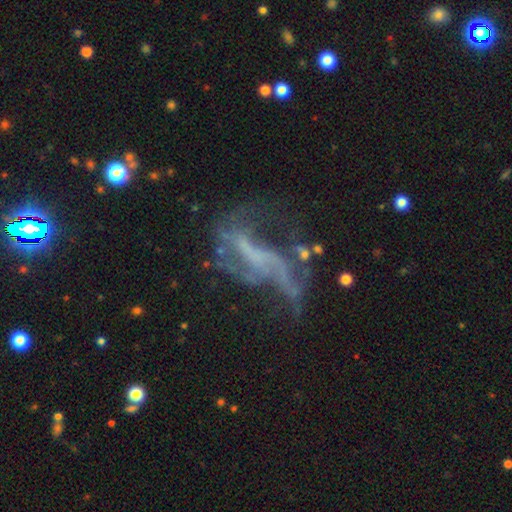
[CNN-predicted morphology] A featured or disk galaxy (64%) with no bar (56%), no spiral arms (52%) and no central bulge (73%).

Vote fractions:
- Smooth or featured? featured or disk: 64% / star or artifact: 21% / smooth: 15%
- Edge-on disk? no: 88% / yes: 12%
- Bar? no: 56% / weak: 23% / strong: 21%
- Spiral arms? no: 52% / yes: 48%
- Bulge size? none: 73% / small: 15% / moderate: 8% / large: 3% / dominant: 1%
- Merging? major disturbance: 41% / none: 33% / minor disturbance: 16% / merger: 10%